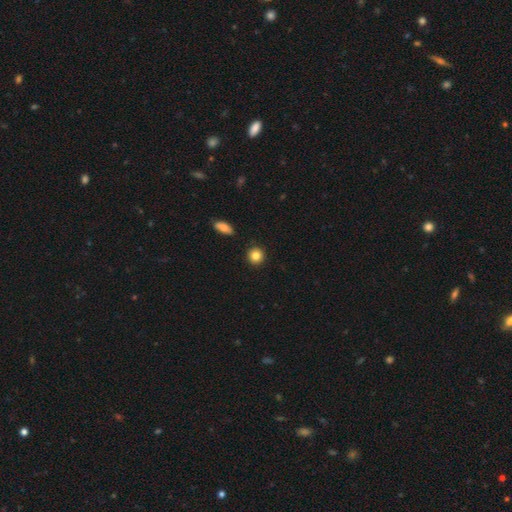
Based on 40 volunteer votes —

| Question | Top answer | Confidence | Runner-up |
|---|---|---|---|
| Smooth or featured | smooth | 80% | featured or disk (12%) |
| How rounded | round | 91% | in between (6%) |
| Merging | none | 84% | minor disturbance (8%) |